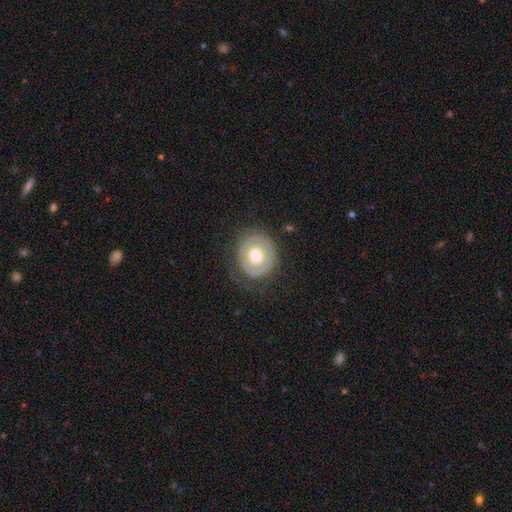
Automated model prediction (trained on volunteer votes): This is possibly a smooth galaxy (49%). Merging: likely none (72%).